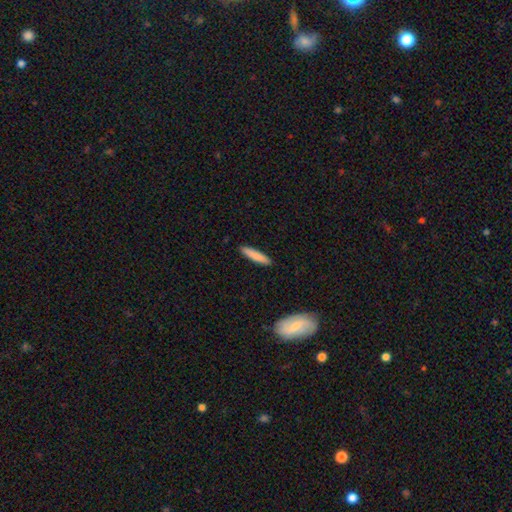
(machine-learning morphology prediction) Smooth or featured? Predicted: smooth (p=0.83). How rounded? Predicted: cigar-shaped (p=0.87). Merging? Predicted: none (p=0.90).